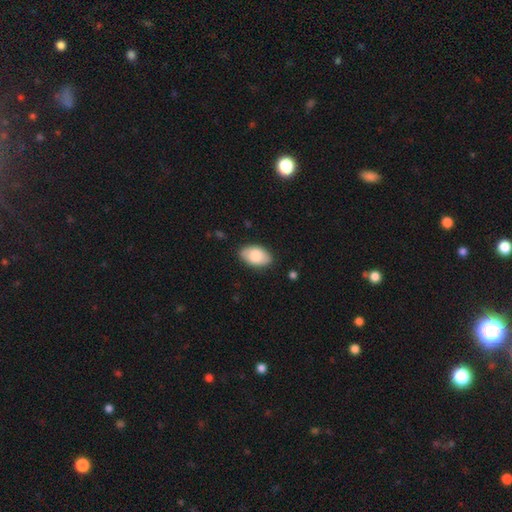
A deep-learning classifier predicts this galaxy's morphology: The model was most divided on "smooth or featured": smooth: 83%, featured or disk: 11%, star or artifact: 6%. More confident: how rounded — in between (94%); merging — none (85%).